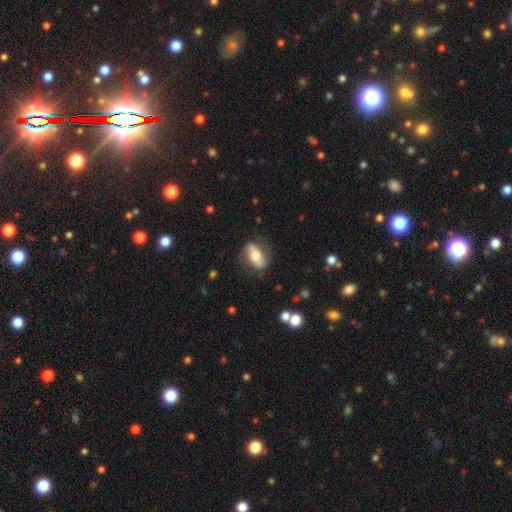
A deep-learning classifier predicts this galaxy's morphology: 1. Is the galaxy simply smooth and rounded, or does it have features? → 48% smooth, 46% featured or disk, 7% star or artifact.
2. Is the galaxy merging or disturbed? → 74% none, 18% minor disturbance, 7% major disturbance, 1% merger.